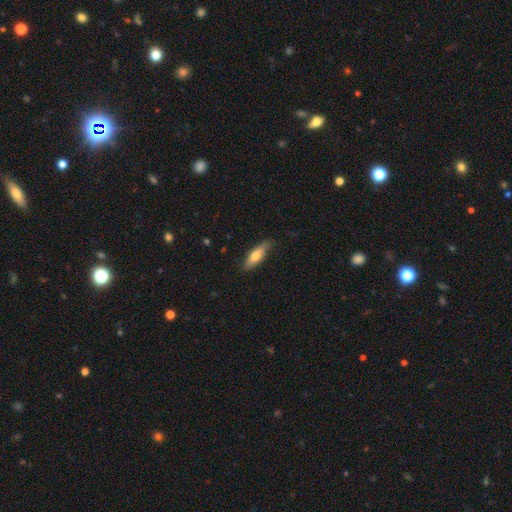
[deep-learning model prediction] A smooth galaxy with no disk features (69%) that is in between round and cigar-shaped (50%).

Vote fractions:
- Smooth or featured? smooth: 69% / featured or disk: 26% / star or artifact: 6%
- How rounded? in between: 50% / cigar-shaped: 48% / round: 2%
- Merging? none: 79% / minor disturbance: 17% / major disturbance: 3% / merger: 1%